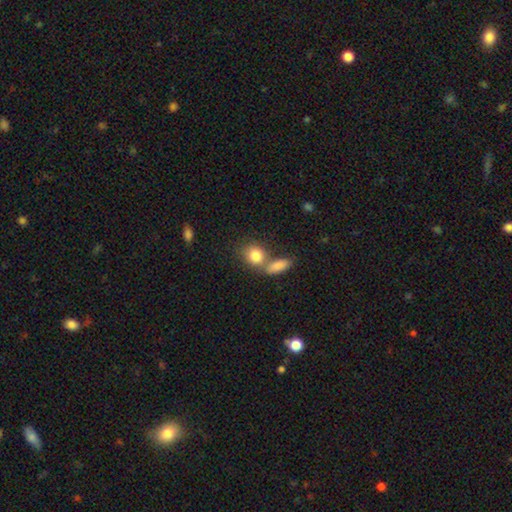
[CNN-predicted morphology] Smooth or featured? smooth (82%)
How rounded? round (54%)
Merging? none (43%, tied with merger)